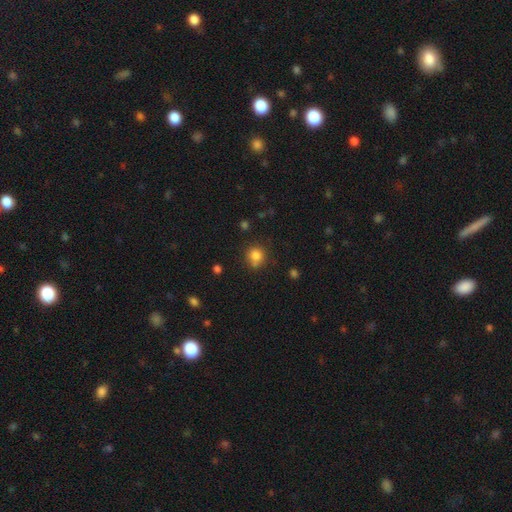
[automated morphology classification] Smooth or featured? smooth (82%)
How rounded? round (87%)
Merging? none (72%)